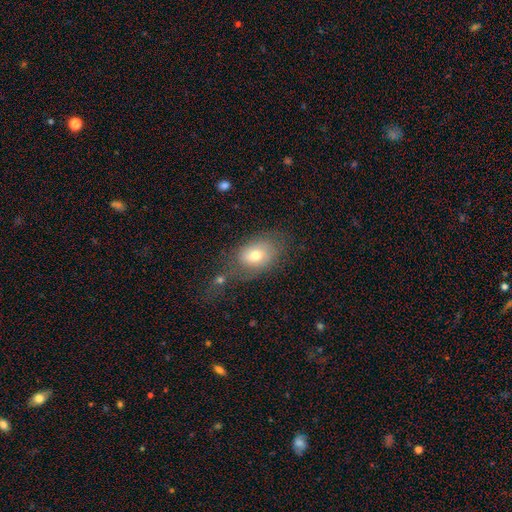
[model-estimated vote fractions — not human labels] Smooth or featured: smooth — 68% (featured or disk — 23%)
How rounded: in between — 79% (round — 20%)
Merging: none — 47% (minor disturbance — 21%)